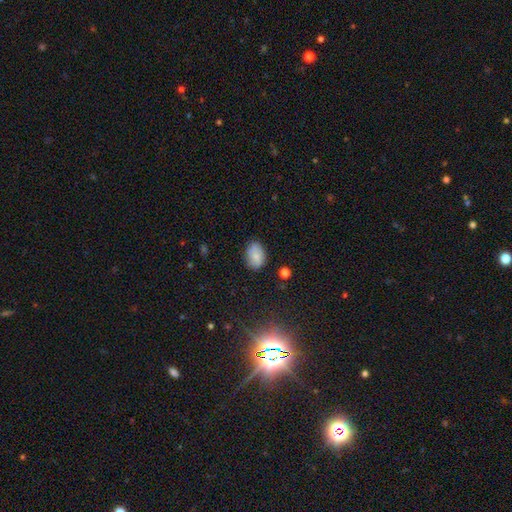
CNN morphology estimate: A smooth galaxy with no disk features (79%) that is in between round and cigar-shaped (83%). Merging: none (78%).